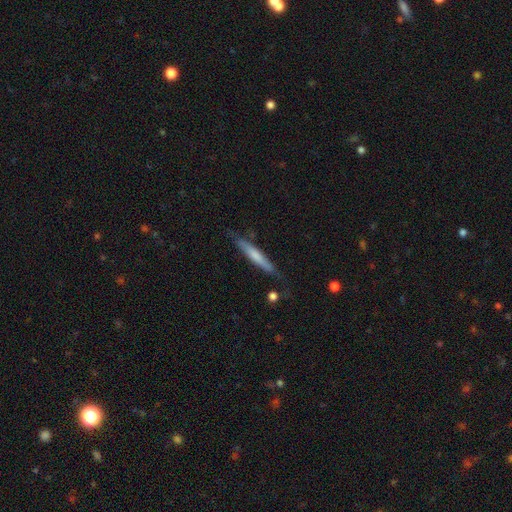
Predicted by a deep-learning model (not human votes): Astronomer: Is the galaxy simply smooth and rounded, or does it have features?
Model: smooth — 56% (runner-up: featured or disk, 39%).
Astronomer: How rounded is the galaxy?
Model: cigar-shaped — 94%.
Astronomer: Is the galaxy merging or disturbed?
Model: none — 74%.